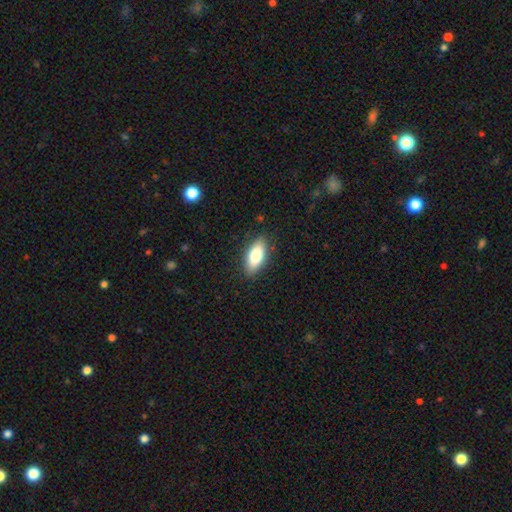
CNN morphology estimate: A smooth galaxy with no disk features (78%) that is in between round and cigar-shaped (84%). Merging: none (87%).